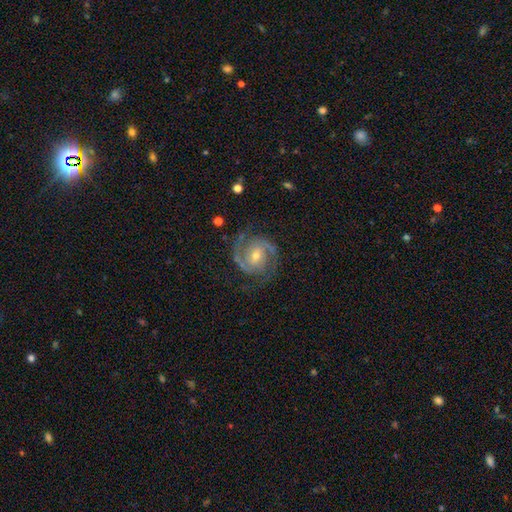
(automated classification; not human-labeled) Q: Smooth or featured?
A: featured or disk (92%); runner-up: star or artifact (5%)
Q: Edge-on disk?
A: no (98%); runner-up: yes (2%)
Q: Bar?
A: no (49%); runner-up: weak (38%)
Q: Spiral arms?
A: yes (98%); runner-up: no (2%)
Q: Spiral winding?
A: medium (47%); tied with: tight (47%)
Q: Spiral arm count?
A: 2 (89%); runner-up: 3 (5%)
Q: Bulge size?
A: small (50%); runner-up: moderate (46%)
Q: Merging?
A: none (80%); runner-up: minor disturbance (14%)